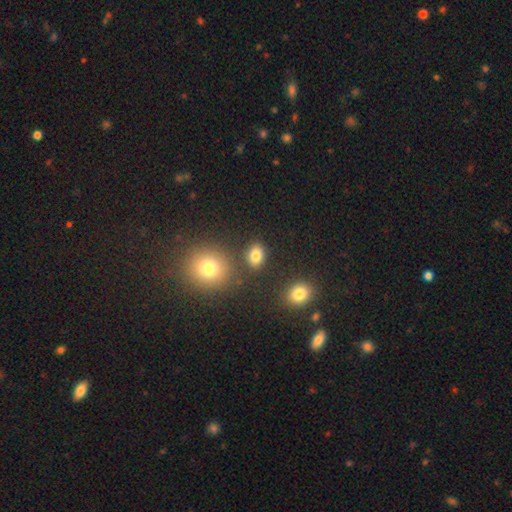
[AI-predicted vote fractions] A smooth galaxy with no disk features (81%) that is in between round and cigar-shaped (62%).

Vote fractions:
- Smooth or featured? smooth: 81% / star or artifact: 12% / featured or disk: 6%
- How rounded? in between: 62% / round: 36% / cigar-shaped: 1%
- Merging? none: 81% / minor disturbance: 9% / merger: 7% / major disturbance: 3%